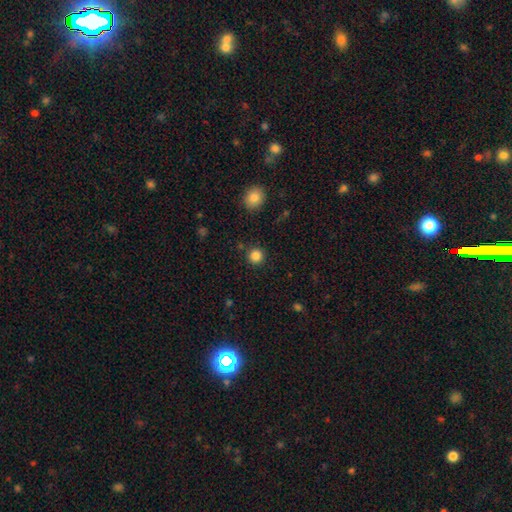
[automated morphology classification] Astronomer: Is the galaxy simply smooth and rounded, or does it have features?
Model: smooth — 85%.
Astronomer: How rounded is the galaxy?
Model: round — 94%.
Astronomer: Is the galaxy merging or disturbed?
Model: none — 90%.